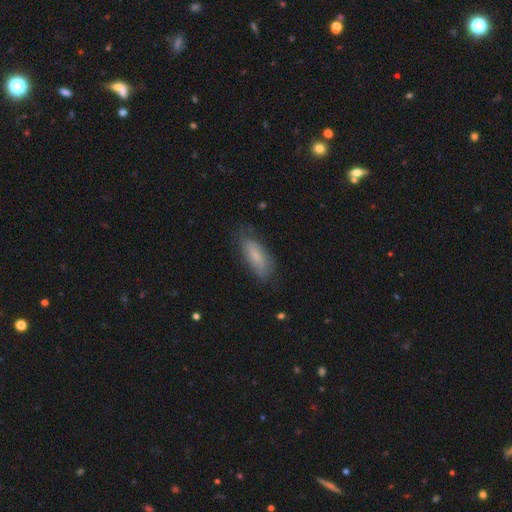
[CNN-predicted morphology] Q: Smooth or featured?
A: smooth (68%); runner-up: featured or disk (25%)
Q: How rounded?
A: in between (66%); runner-up: cigar-shaped (32%)
Q: Merging?
A: none (69%); runner-up: minor disturbance (23%)